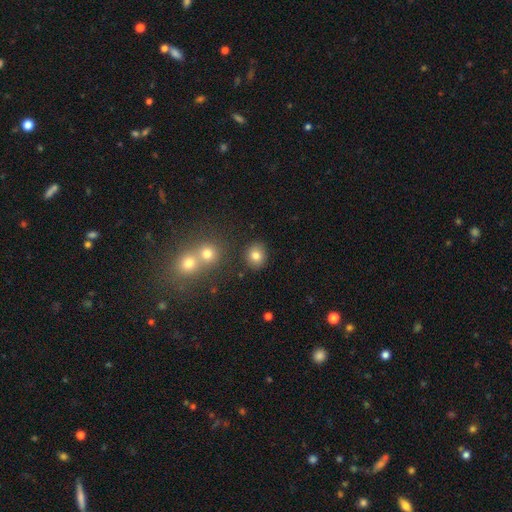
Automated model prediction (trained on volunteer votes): Smooth or featured? Predicted: smooth (p=0.80). How rounded? Predicted: round (p=0.74). Merging? Predicted: none (p=0.85).